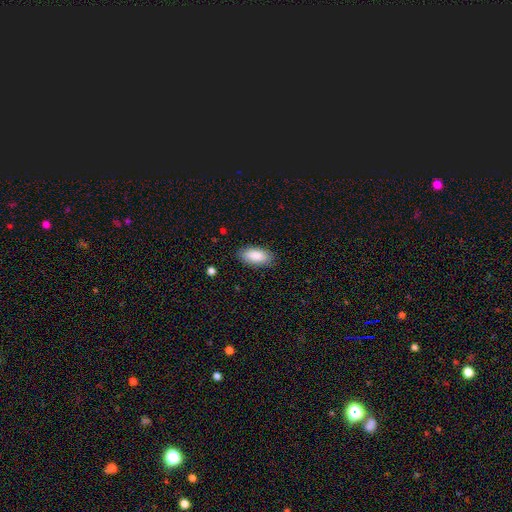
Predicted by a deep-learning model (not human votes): smooth 89%, star or artifact 6%, featured or disk 5%. Down the decision tree: how rounded — in between (92%); merging — none (86%).